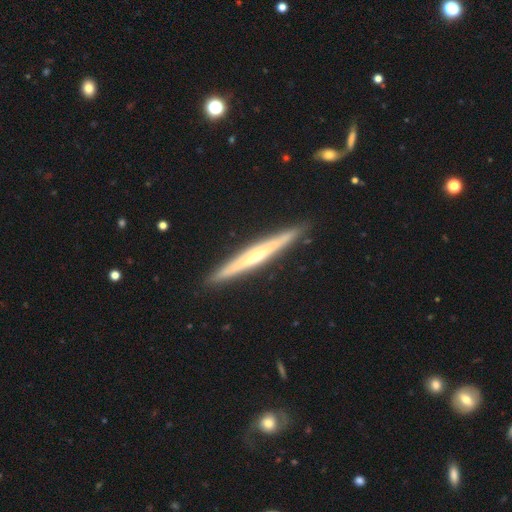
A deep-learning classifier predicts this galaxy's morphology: type=featured or disk (72%); edge-on=yes (97%); edge-on bulge=rounded (66%); merging=none (91%).